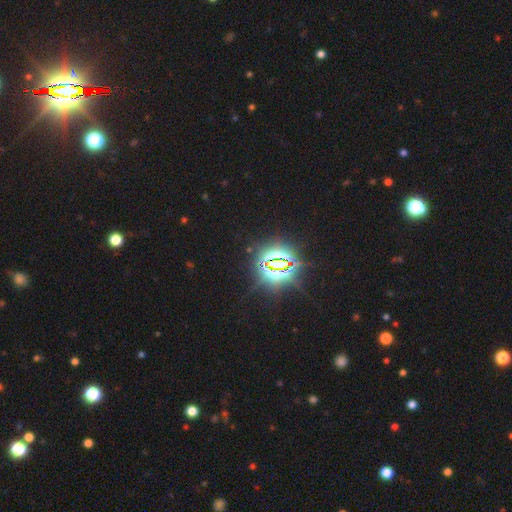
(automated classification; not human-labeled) A star or artifact, not a galaxy (84%).

Vote fractions:
- Smooth or featured? star or artifact: 84% / smooth: 10% / featured or disk: 6%